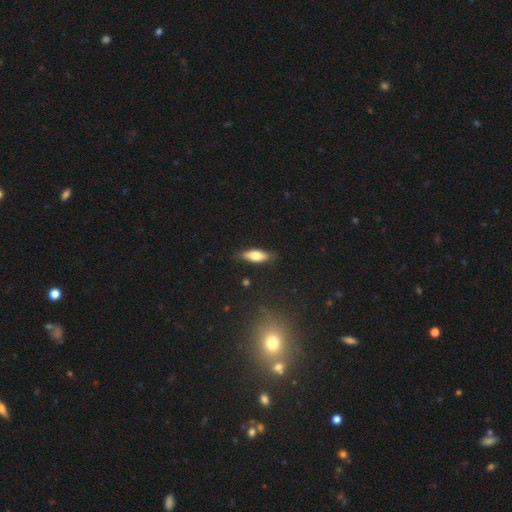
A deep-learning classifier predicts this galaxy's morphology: This is likely a smooth galaxy (71%). How rounded: likely in between (62%). Merging: clearly none (83%).